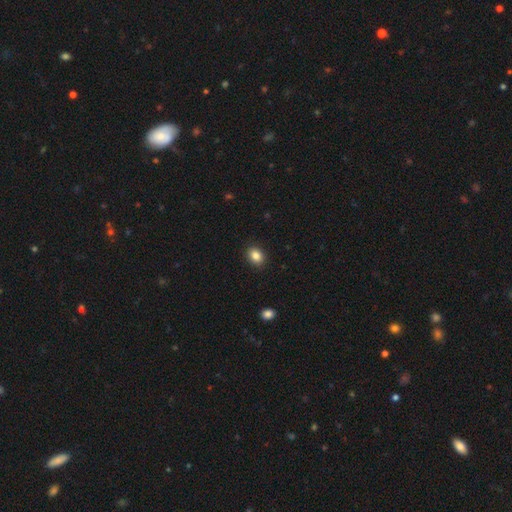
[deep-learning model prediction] smooth_or_featured: smooth (p=0.86) [alt: star or artifact p=0.09]
how_rounded: in between (p=0.53) [alt: round p=0.46]
merging: none (p=0.90) [alt: minor disturbance p=0.07]